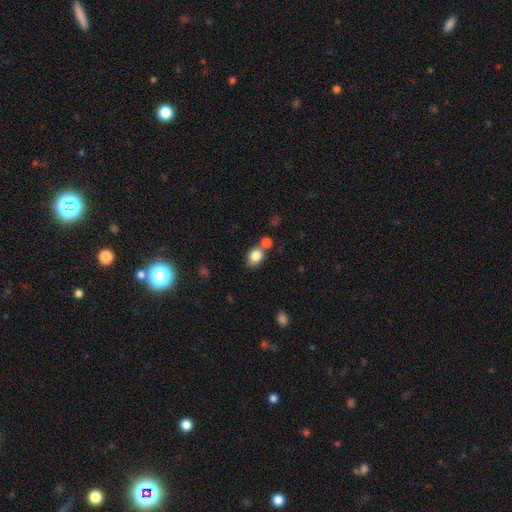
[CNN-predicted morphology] A smooth galaxy with no disk features (84%) that is in between round and cigar-shaped (53%).

Vote fractions:
- Smooth or featured? smooth: 84% / star or artifact: 9% / featured or disk: 7%
- How rounded? in between: 53% / round: 45% / cigar-shaped: 1%
- Merging? none: 58% / merger: 26% / minor disturbance: 12% / major disturbance: 4%